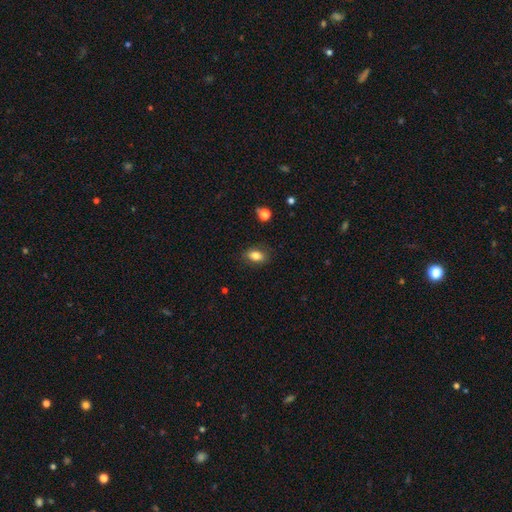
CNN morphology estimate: Smooth or featured? Predicted: smooth (p=0.83). How rounded? Predicted: in between (p=0.85). Merging? Predicted: none (p=0.83).